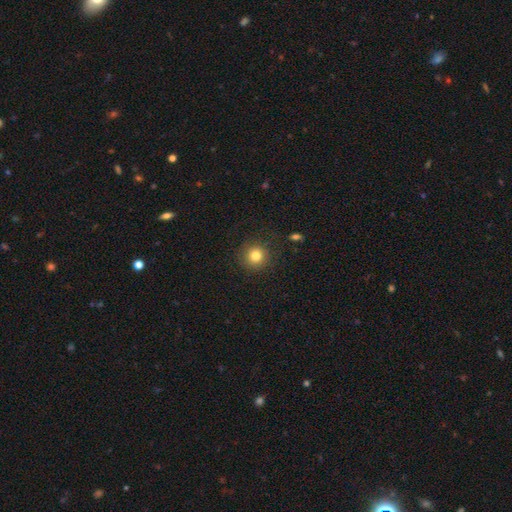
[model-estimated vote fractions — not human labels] Morphology: type=smooth (81%); roundness=round (93%); merging=none (87%).